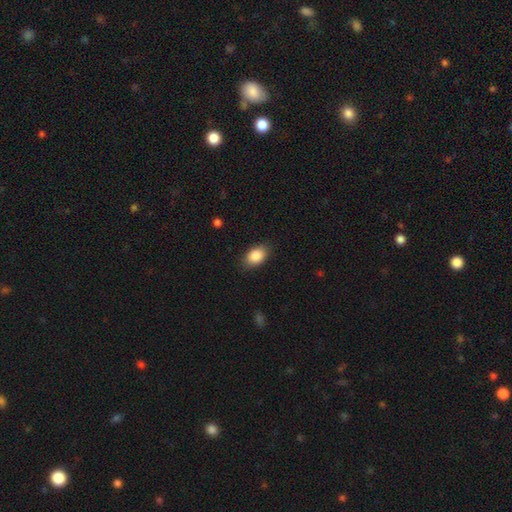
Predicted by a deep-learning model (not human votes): Overall: smooth (87%). How rounded: in between (87%). Merging: none (85%).